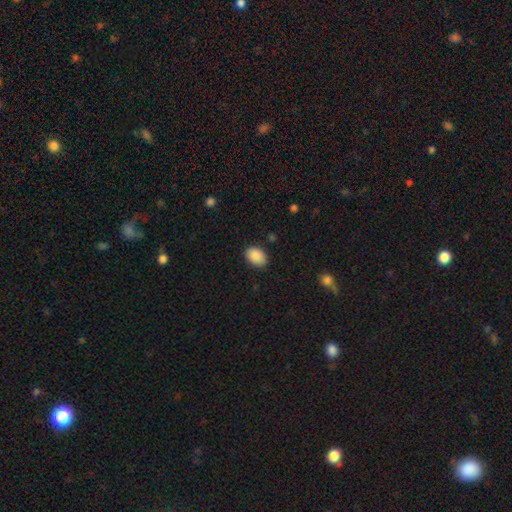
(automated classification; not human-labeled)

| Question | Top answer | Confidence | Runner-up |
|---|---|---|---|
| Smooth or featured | smooth | 89% | star or artifact (7%) |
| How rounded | in between | 83% | round (16%) |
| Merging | none | 85% | minor disturbance (11%) |